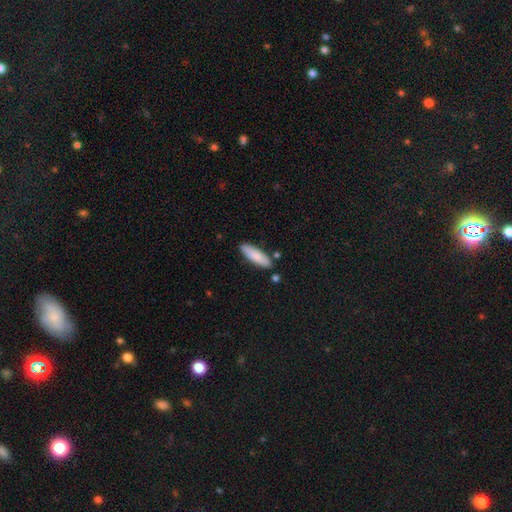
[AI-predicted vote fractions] Smooth or featured: smooth — 82% (featured or disk — 12%)
How rounded: cigar-shaped — 56% (in between — 42%)
Merging: none — 83% (minor disturbance — 11%)